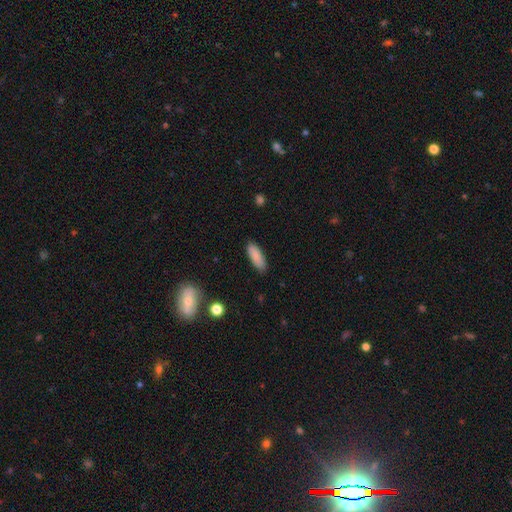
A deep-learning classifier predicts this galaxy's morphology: The model was most divided on "how rounded": in between: 66%, cigar-shaped: 32%, round: 2%. More confident: smooth or featured — smooth (88%); merging — none (86%).